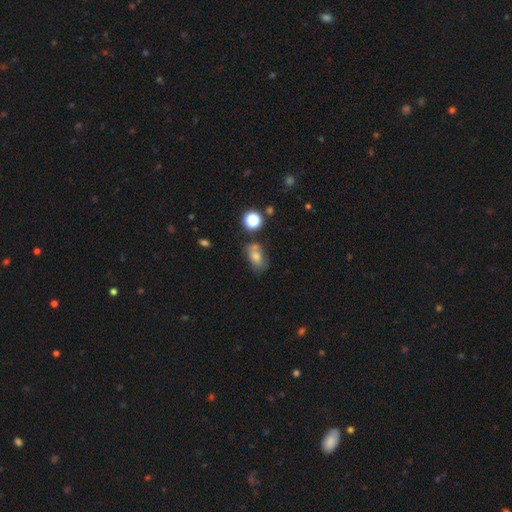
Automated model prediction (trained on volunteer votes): Q: Smooth or featured?
A: smooth (68%); runner-up: featured or disk (18%)
Q: How rounded?
A: in between (80%); runner-up: round (18%)
Q: Merging?
A: none (54%); runner-up: minor disturbance (24%)